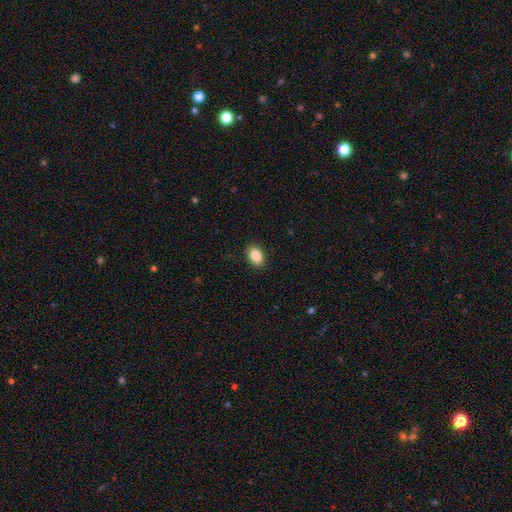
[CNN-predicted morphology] Overall: smooth (88%). How rounded: in between (89%). Merging: none (90%).